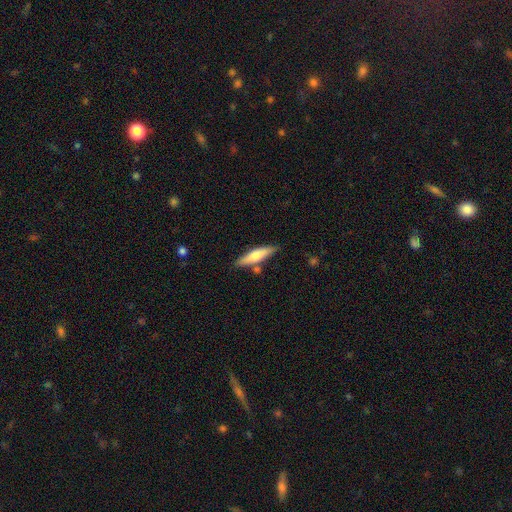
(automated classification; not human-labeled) smooth_or_featured: smooth (p=0.60) [alt: featured or disk p=0.34]
how_rounded: cigar-shaped (p=0.72) [alt: in between p=0.26]
merging: none (p=0.77) [alt: minor disturbance p=0.13]